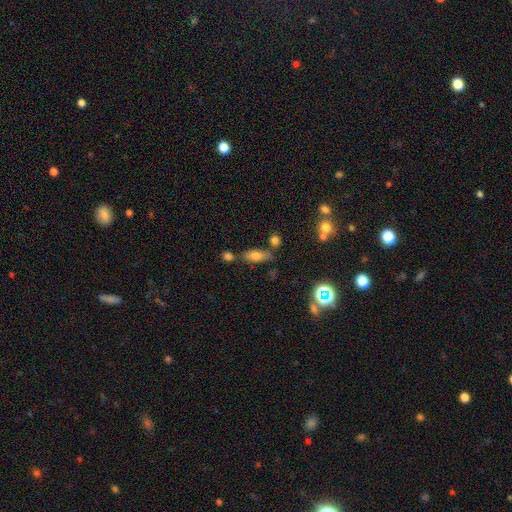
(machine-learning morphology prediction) The model was most divided on "how rounded": in between: 69%, cigar-shaped: 27%, round: 4%. More confident: smooth or featured — smooth (69%); merging — none (66%).